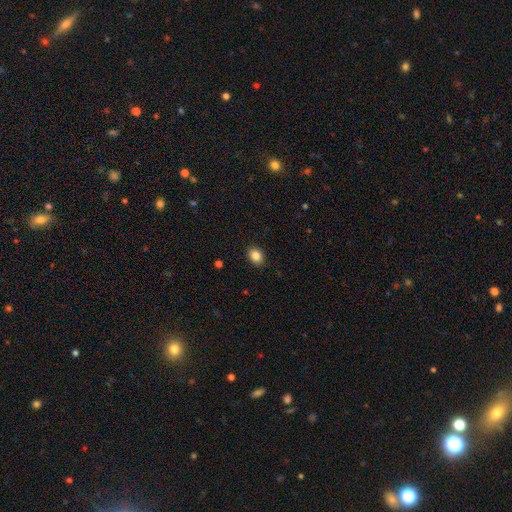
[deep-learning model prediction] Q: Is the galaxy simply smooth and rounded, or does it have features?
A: smooth — 85%.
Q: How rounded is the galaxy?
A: in between — 55%.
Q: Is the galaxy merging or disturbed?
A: none — 90%.